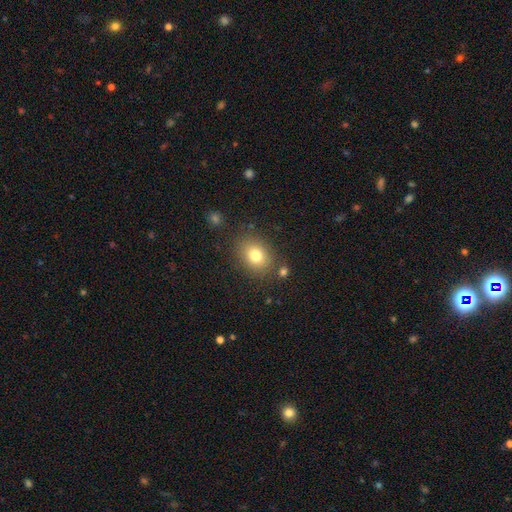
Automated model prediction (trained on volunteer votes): Smooth or featured? smooth (78%)
How rounded? round (50%)
Merging? none (81%)